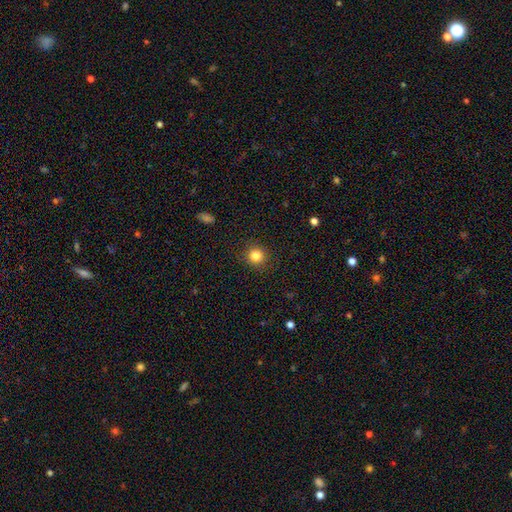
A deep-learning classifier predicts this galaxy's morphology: Smooth or featured?
  - smooth: 83% *
  - star or artifact: 12%
  - featured or disk: 5%
How rounded?
  - round: 92% *
  - in between: 7%
  - cigar-shaped: 1%
Merging?
  - none: 90% *
  - minor disturbance: 7%
  - major disturbance: 2%
  - merger: 1%